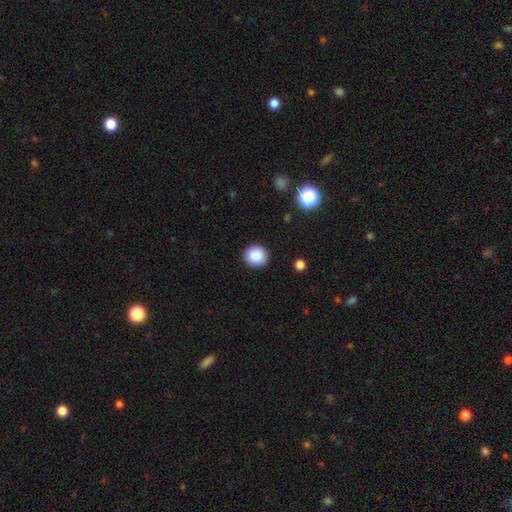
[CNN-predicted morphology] A smooth galaxy with no disk features (86%) that is round (85%). Merging: none (90%).